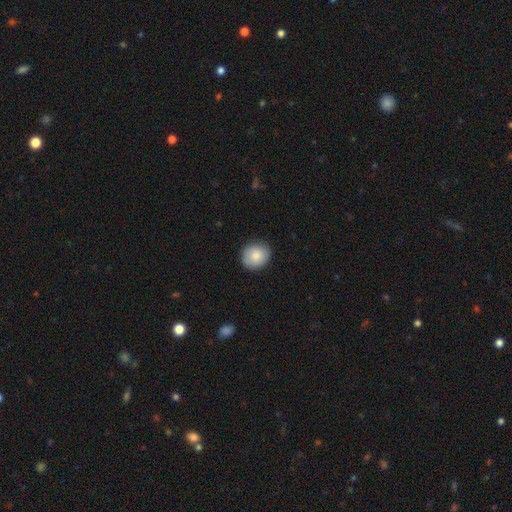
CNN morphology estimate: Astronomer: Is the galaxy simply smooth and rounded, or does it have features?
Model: smooth — 85%.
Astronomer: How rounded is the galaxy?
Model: round — 82%.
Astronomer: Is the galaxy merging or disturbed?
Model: none — 86%.